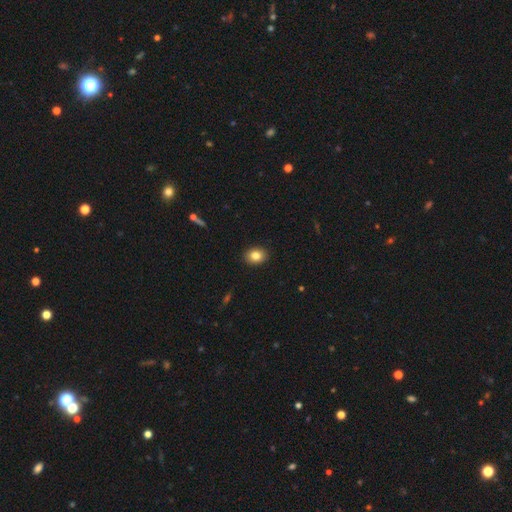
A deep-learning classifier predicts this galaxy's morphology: smooth_or_featured: smooth (p=0.83) [alt: star or artifact p=0.09]
how_rounded: in between (p=0.58) [alt: round p=0.41]
merging: none (p=0.91) [alt: minor disturbance p=0.07]